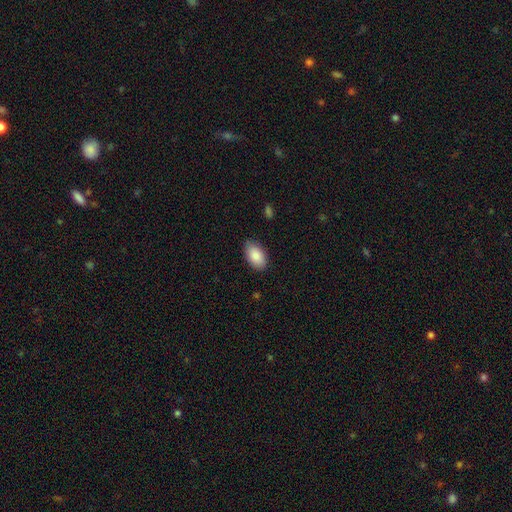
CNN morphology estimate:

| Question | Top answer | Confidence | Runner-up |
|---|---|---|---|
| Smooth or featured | smooth | 88% | featured or disk (6%) |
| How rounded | in between | 94% | round (5%) |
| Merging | none | 85% | minor disturbance (12%) |